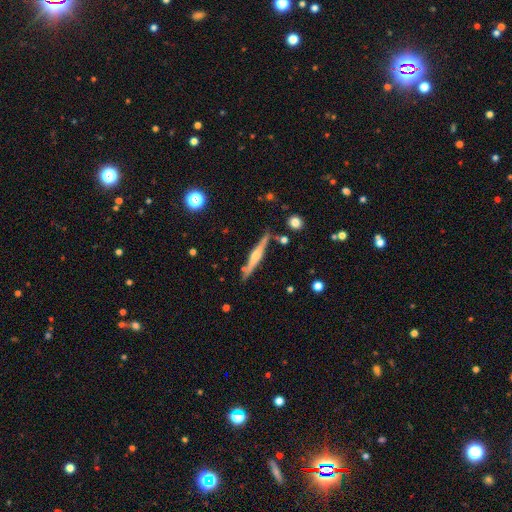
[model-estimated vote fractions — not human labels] Smooth or featured? Predicted: featured or disk (p=0.64). Edge-on disk? Predicted: yes (p=0.97). Edge-on bulge? Predicted: rounded (p=0.67). Merging? Predicted: none (p=0.82).